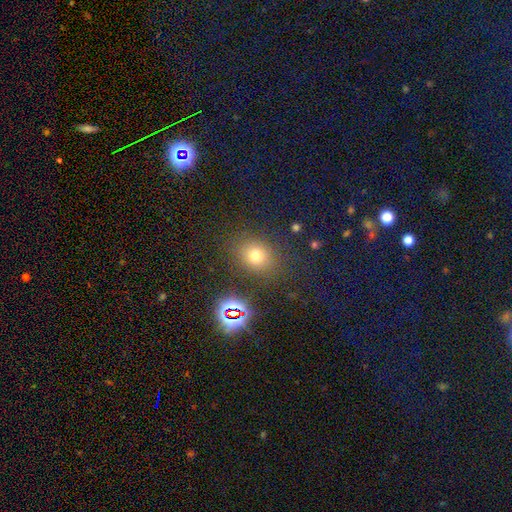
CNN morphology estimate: Smooth or featured? smooth (69%)
How rounded? round (65%)
Merging? none (82%)